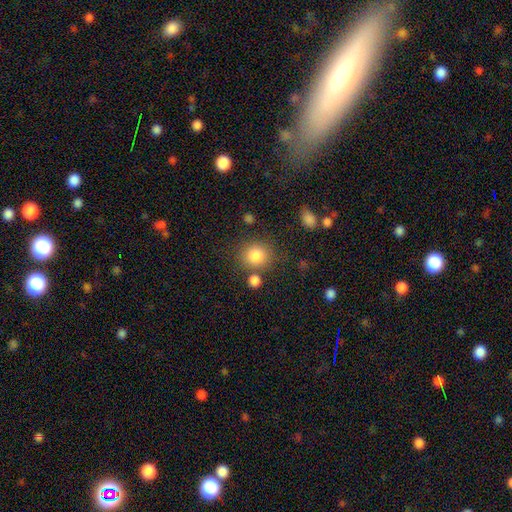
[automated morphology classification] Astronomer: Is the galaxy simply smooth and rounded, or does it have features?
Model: smooth — 84%.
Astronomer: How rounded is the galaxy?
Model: round — 85%.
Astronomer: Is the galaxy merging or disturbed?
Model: none — 76%.